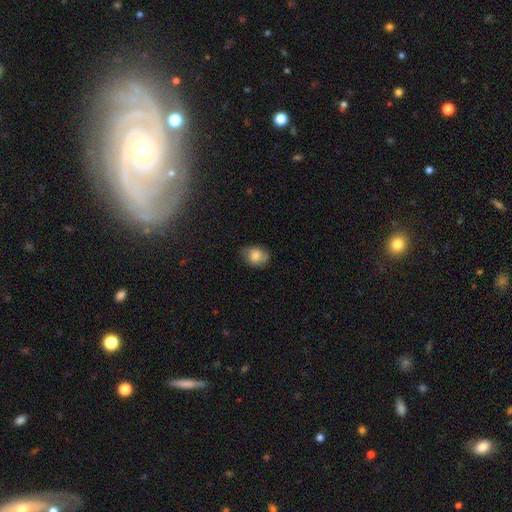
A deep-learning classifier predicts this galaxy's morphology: This is clearly a smooth galaxy (81%). How rounded: likely in between (60%). Merging: likely none (70%).